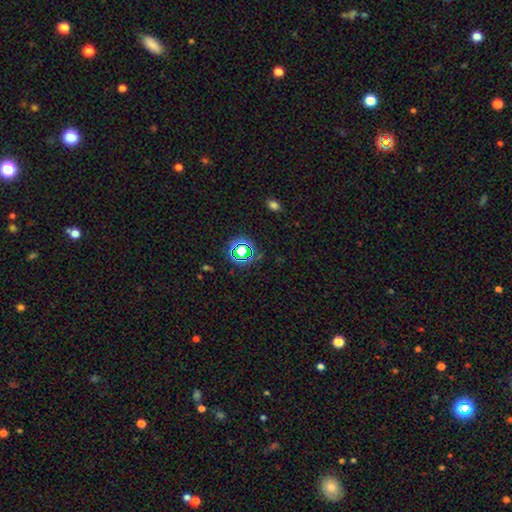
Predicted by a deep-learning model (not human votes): Overall: star or artifact (70%).